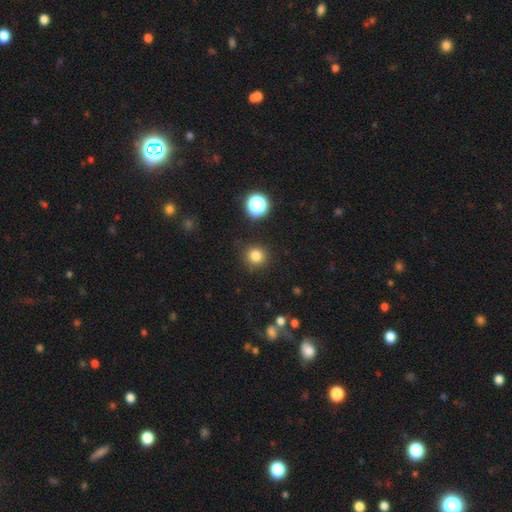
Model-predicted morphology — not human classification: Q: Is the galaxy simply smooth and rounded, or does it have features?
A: smooth — 81%.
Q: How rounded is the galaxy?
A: round — 92%.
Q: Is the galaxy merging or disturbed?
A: none — 88%.